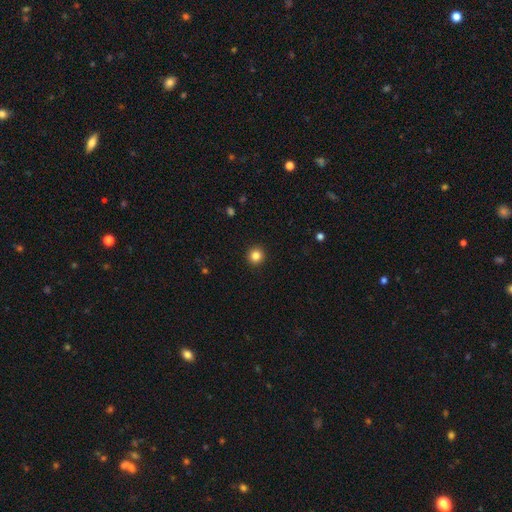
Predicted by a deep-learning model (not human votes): Smooth or featured?
  - smooth: 84% *
  - star or artifact: 11%
  - featured or disk: 5%
How rounded?
  - round: 95% *
  - in between: 4%
  - cigar-shaped: 1%
Merging?
  - none: 93% *
  - minor disturbance: 4%
  - major disturbance: 2%
  - merger: 1%